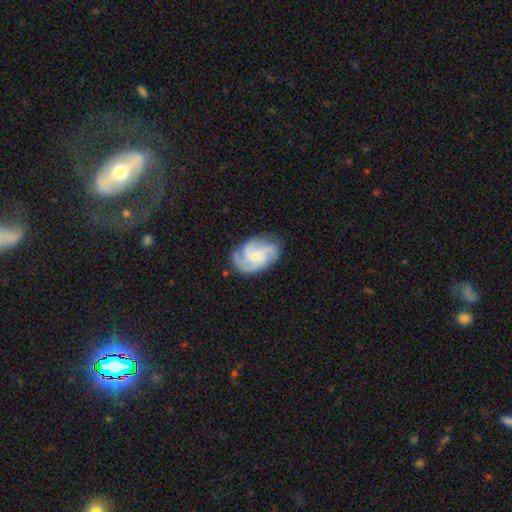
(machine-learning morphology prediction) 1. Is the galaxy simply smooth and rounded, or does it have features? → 82% featured or disk, 13% smooth, 5% star or artifact.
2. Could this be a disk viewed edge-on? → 98% no, 2% yes.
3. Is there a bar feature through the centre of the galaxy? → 65% no, 30% weak, 5% strong.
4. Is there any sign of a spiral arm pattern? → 97% yes, 3% no.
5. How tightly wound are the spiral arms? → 47% medium, 38% tight, 14% loose.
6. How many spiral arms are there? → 54% 3, 16% 4, 12% 2, 11% can't tell, 4% 1, 4% more than 4.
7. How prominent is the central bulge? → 68% small, 26% moderate, 4% none, 1% large, 1% dominant.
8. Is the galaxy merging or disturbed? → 73% none, 19% minor disturbance, 7% major disturbance, 1% merger.